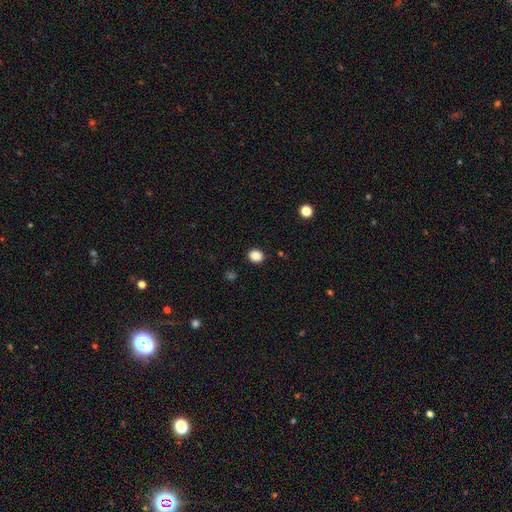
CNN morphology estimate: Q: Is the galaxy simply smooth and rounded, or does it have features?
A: smooth — 87%.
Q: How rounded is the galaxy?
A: round — 66%.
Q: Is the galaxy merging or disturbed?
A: none — 89%.